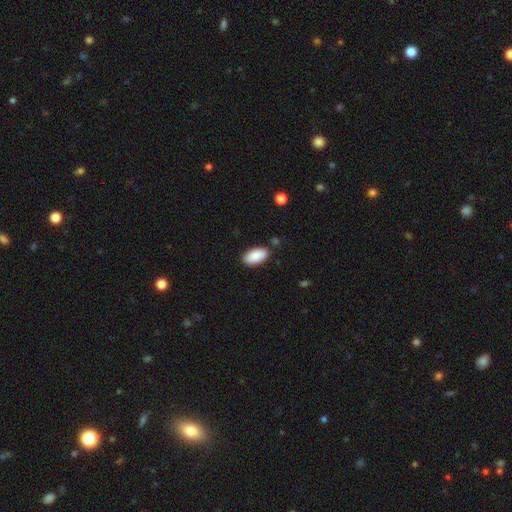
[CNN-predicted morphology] The model was most divided on "merging": none: 85%, minor disturbance: 10%, merger: 3%, major disturbance: 2%. More confident: how rounded — in between (95%); smooth or featured — smooth (89%).